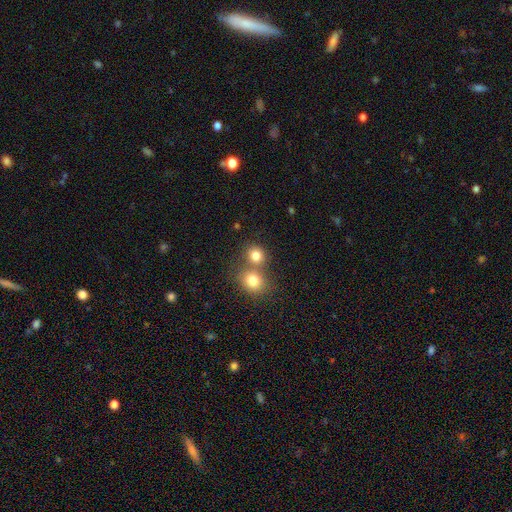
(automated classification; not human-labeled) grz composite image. It shows a smooth galaxy with no disk features (80%) that is round (79%). Merging: none (49%).